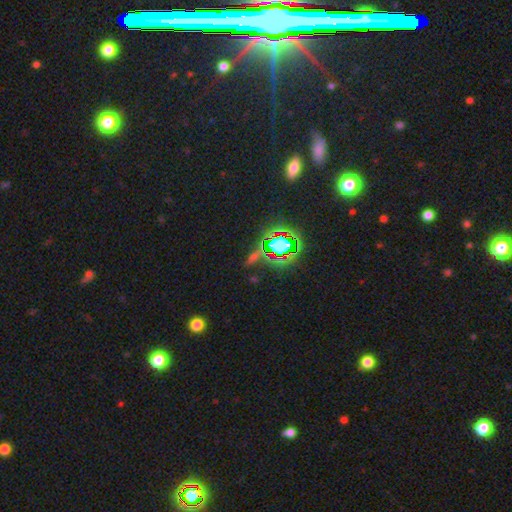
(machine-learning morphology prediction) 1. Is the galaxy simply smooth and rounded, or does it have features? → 71% star or artifact, 17% smooth, 12% featured or disk.